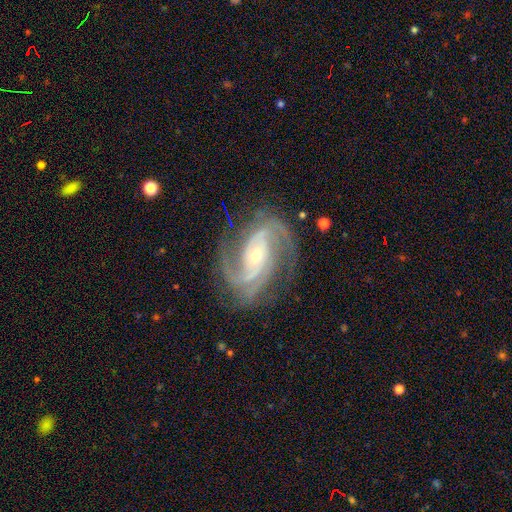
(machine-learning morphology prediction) Overall: featured or disk (92%). Edge-on disk: no (97%). Bar: no (49%; weak 30%). Spiral arms: yes (98%). Spiral arm count: 2 (37%; 3 35%). Spiral winding: medium (48%; tight 41%). Bulge size: small (61%; moderate 36%). Merging: none (76%).